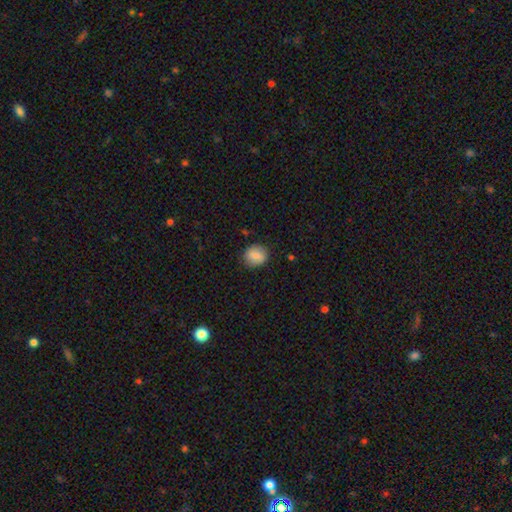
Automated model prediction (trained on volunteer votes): Q: Smooth or featured?
A: smooth (84%); runner-up: featured or disk (8%)
Q: How rounded?
A: round (72%); runner-up: in between (27%)
Q: Merging?
A: none (84%); runner-up: minor disturbance (12%)